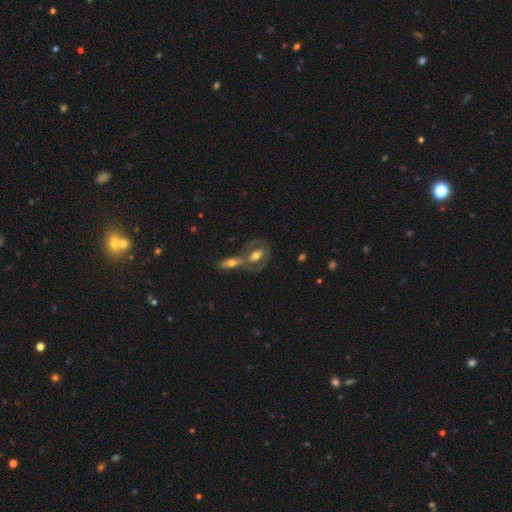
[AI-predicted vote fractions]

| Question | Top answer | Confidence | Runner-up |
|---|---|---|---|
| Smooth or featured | featured or disk | 53% | smooth (39%) |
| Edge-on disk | no | 85% | yes (15%) |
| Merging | merger | 48% | none (35%) |